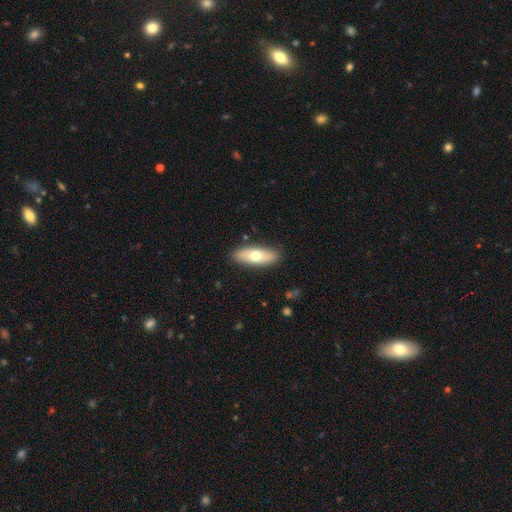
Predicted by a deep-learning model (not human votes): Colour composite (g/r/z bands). It shows a smooth galaxy with no disk features (65%) that is in between round and cigar-shaped (69%). Merging: none (87%).